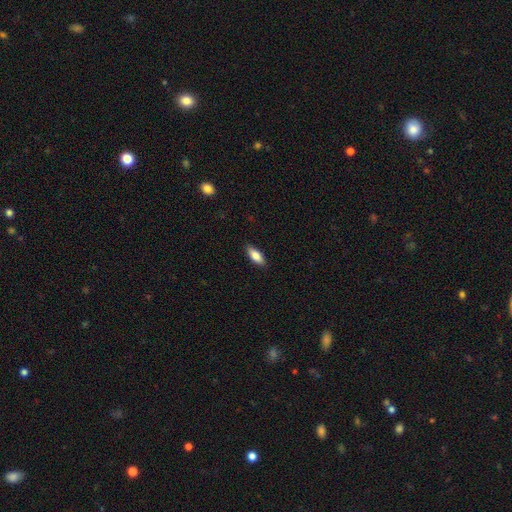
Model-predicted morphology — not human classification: smooth 82%, featured or disk 12%, star or artifact 6%. Down the decision tree: how rounded — in between (76%); merging — none (88%).